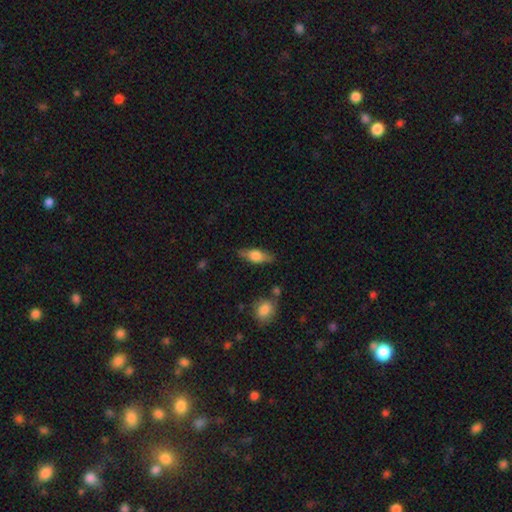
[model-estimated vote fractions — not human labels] This appears to be a smooth galaxy with no disk features (58%) that is in between round and cigar-shaped (68%). Merging: none (78%).